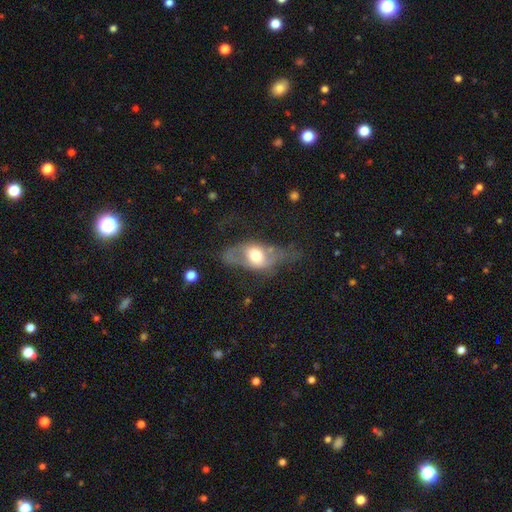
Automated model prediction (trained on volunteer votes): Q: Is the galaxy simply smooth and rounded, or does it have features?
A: featured or disk — 52%.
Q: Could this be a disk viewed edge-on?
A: no — 76%.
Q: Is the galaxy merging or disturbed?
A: none — 37%.